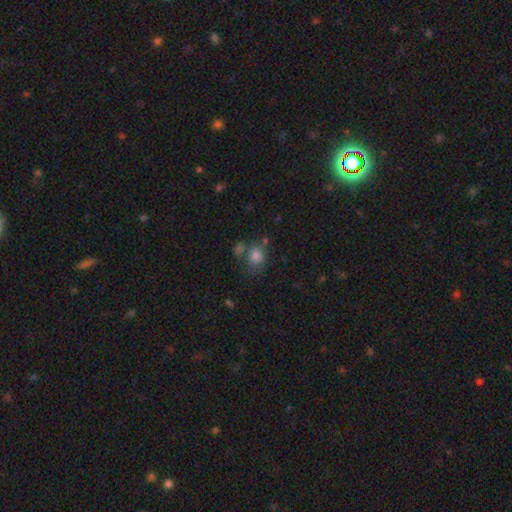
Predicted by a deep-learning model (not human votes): Morphology: type=smooth (79%); roundness=round (60%); merging=none (53%).